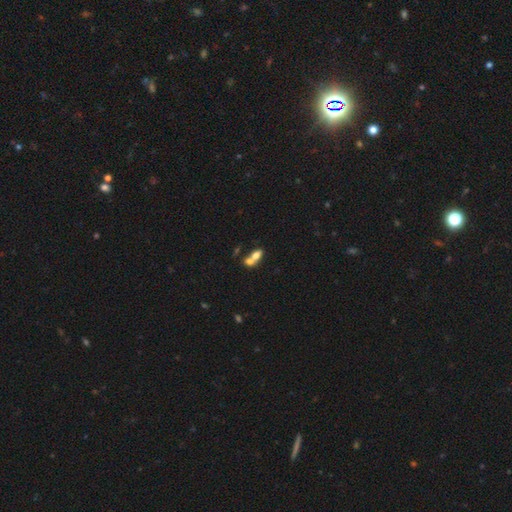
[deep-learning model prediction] Q: Smooth or featured?
A: smooth (70%); runner-up: featured or disk (20%)
Q: How rounded?
A: in between (78%); runner-up: round (18%)
Q: Merging?
A: merger (66%); runner-up: none (24%)